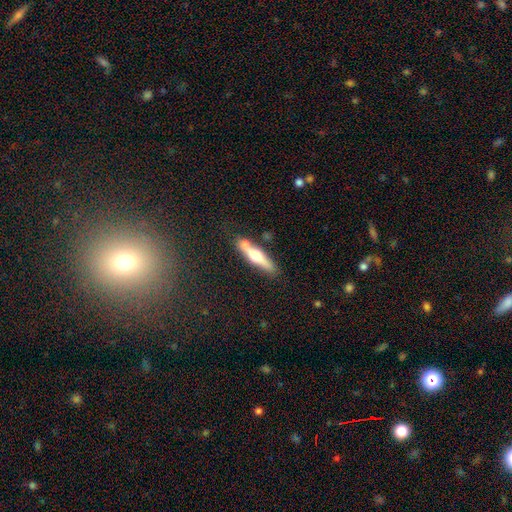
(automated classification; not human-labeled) This is possibly a featured or disk galaxy (52%). It is clearly viewed edge-on (89%). Merging: likely none (63%).